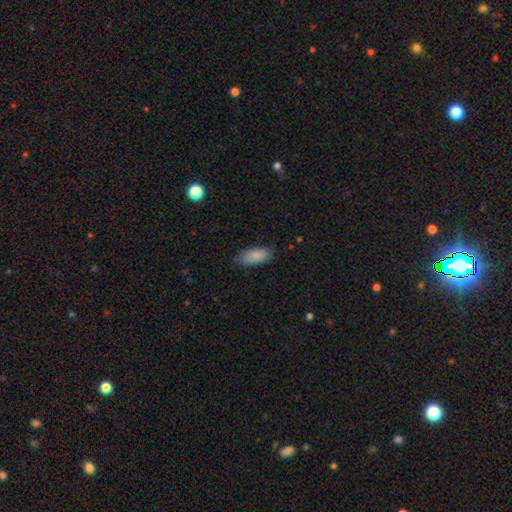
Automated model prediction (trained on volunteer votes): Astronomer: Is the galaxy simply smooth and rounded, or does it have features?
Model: smooth — 87%.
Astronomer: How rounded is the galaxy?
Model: in between — 86%.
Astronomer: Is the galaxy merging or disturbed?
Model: none — 79%.